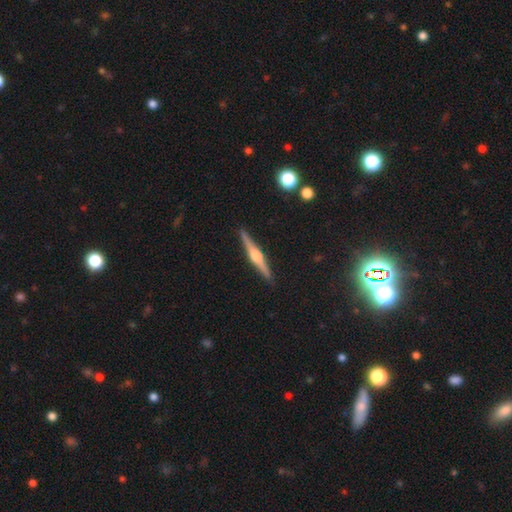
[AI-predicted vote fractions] This is likely a featured or disk galaxy (78%). It is clearly viewed edge-on (98%). Edge-on bulge: clearly rounded (84%). Merging: clearly none (91%).